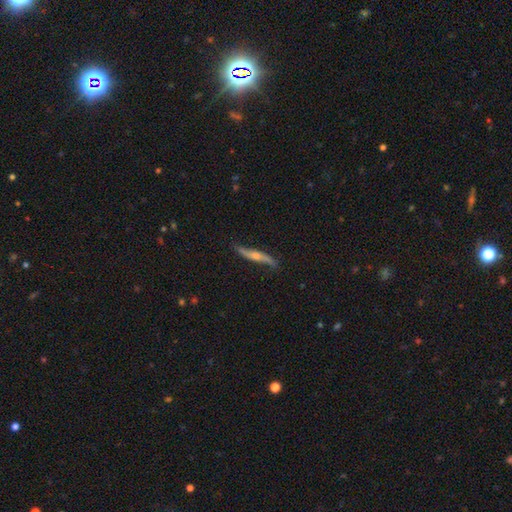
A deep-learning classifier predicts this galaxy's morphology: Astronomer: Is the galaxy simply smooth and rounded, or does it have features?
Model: featured or disk — 76%.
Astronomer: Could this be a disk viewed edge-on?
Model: yes — 70%.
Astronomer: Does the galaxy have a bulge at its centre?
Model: rounded — 83%.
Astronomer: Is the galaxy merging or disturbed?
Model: none — 76%.